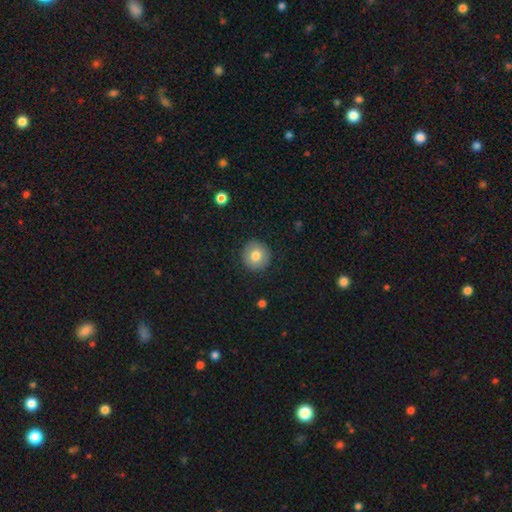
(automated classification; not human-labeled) smooth-or-featured: smooth: 78% | featured or disk: 13% | star or artifact: 9%
  how-rounded: round: 94% | in between: 5% | cigar-shaped: 1%
  merging: none: 91% | minor disturbance: 6% | major disturbance: 2% | merger: 1%